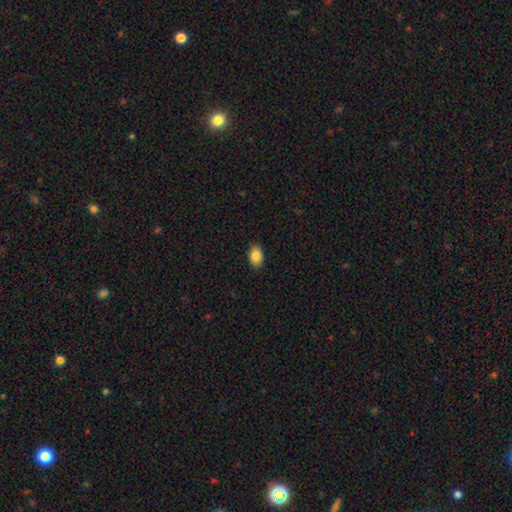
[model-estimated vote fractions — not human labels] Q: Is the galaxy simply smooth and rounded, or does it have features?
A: smooth — 87%.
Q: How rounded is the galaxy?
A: in between — 87%.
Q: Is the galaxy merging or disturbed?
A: none — 88%.